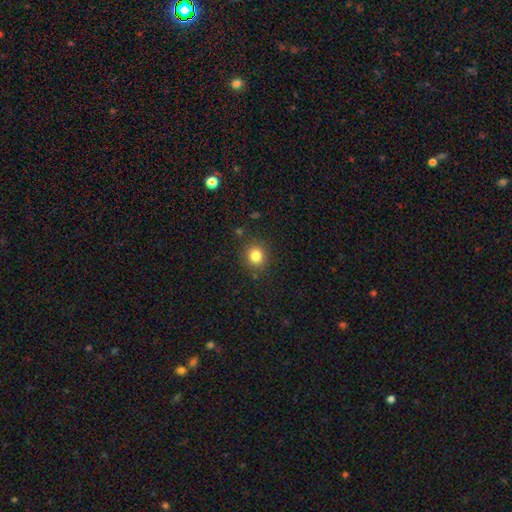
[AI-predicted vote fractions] Smooth or featured? Predicted: smooth (p=0.83). How rounded? Predicted: round (p=0.85). Merging? Predicted: none (p=0.86).